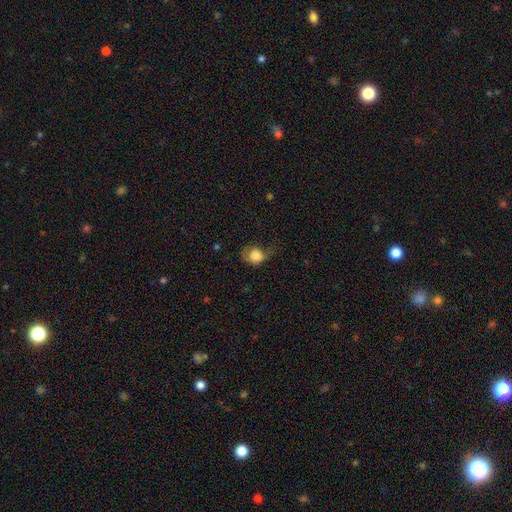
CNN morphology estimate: smooth_or_featured: smooth (p=0.79) [alt: featured or disk p=0.13]
how_rounded: round (p=0.60) [alt: in between p=0.38]
merging: minor disturbance (p=0.35) [alt: major disturbance p=0.32]